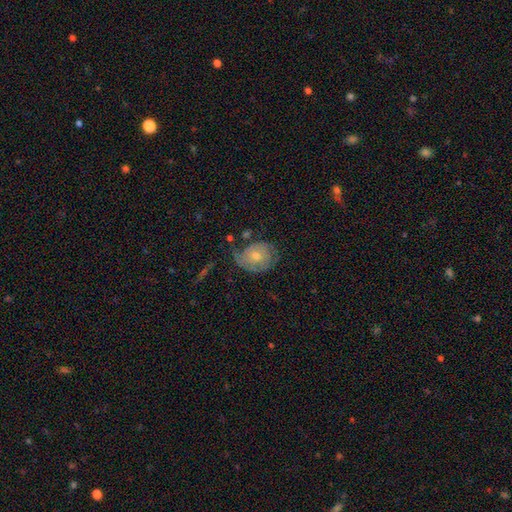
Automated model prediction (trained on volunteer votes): The model was most divided on "spiral arm count" (2-way tie): 2: 37%, can't tell: 37%, 3: 10%, 1: 9%, 4: 3%, more than 4: 3%. More confident: edge-on disk — no (96%); spiral arms — yes (84%); bar — no (80%); smooth or featured — featured or disk (69%); spiral winding — tight (67%); merging — none (63%); bulge size — moderate (54%).